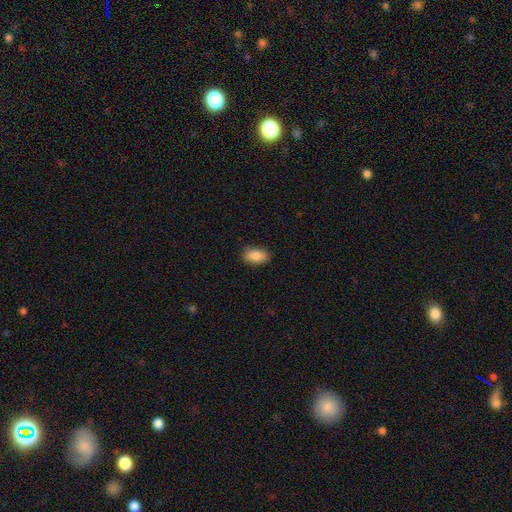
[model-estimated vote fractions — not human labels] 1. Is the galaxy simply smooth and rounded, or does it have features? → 87% smooth, 7% star or artifact, 5% featured or disk.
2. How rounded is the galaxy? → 92% in between, 6% round, 2% cigar-shaped.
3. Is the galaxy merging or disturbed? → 87% none, 10% minor disturbance, 2% major disturbance, 1% merger.